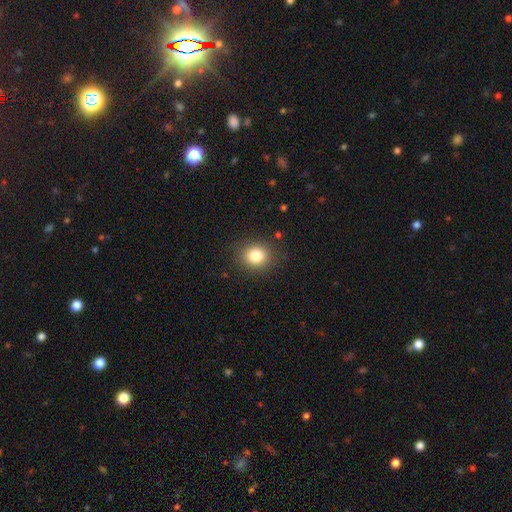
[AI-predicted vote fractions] A smooth galaxy with no disk features (82%) that is round (75%).

Vote fractions:
- Smooth or featured? smooth: 82% / star or artifact: 11% / featured or disk: 7%
- How rounded? round: 75% / in between: 25% / cigar-shaped: 1%
- Merging? none: 87% / minor disturbance: 9% / major disturbance: 3% / merger: 1%